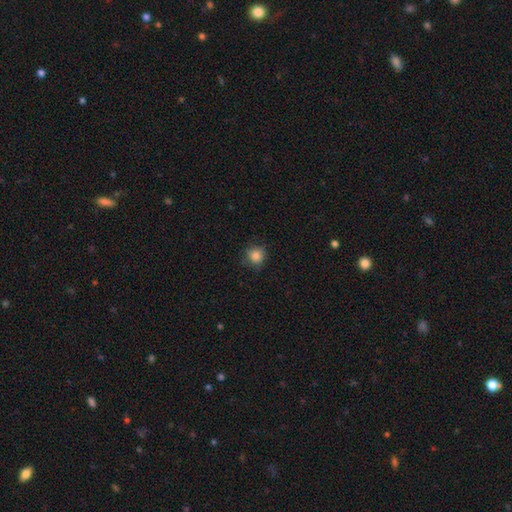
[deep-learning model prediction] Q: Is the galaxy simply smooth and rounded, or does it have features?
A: smooth — 83%.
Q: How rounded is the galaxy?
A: round — 88%.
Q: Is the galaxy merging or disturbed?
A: none — 78%.